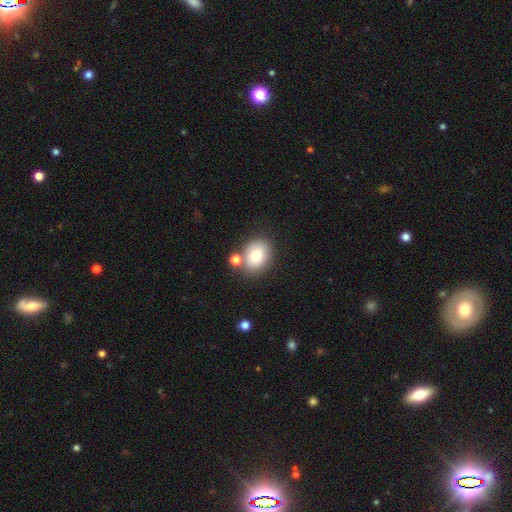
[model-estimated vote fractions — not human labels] Morphology: type=smooth (77%); roundness=in between (51%); merging=none (69%).